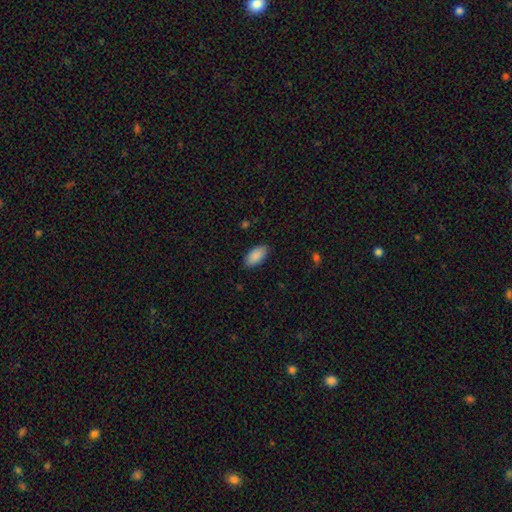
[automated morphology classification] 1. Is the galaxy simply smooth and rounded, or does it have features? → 90% smooth, 6% star or artifact, 4% featured or disk.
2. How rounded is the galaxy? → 95% in between, 3% cigar-shaped, 2% round.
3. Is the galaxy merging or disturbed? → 87% none, 10% minor disturbance, 2% major disturbance, 1% merger.